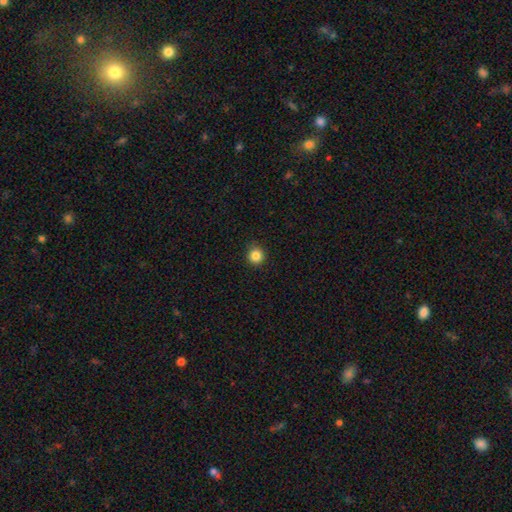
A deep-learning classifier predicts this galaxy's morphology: Overall: smooth (85%). How rounded: round (93%). Merging: none (90%).